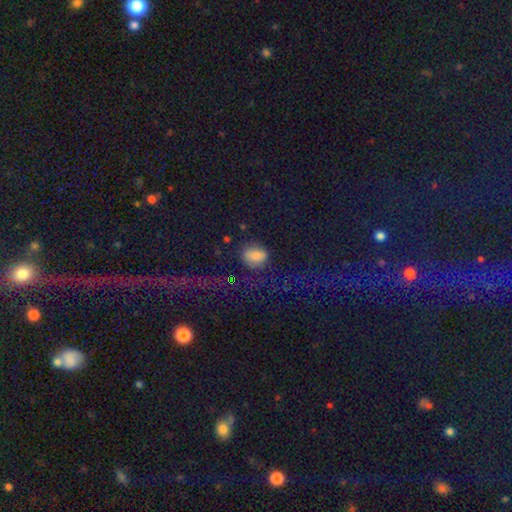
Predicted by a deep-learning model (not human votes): smooth-or-featured: smooth: 68% | star or artifact: 21% | featured or disk: 11%
  how-rounded: in between: 56% | round: 41% | cigar-shaped: 3%
  merging: none: 69% | minor disturbance: 18% | major disturbance: 9% | merger: 4%